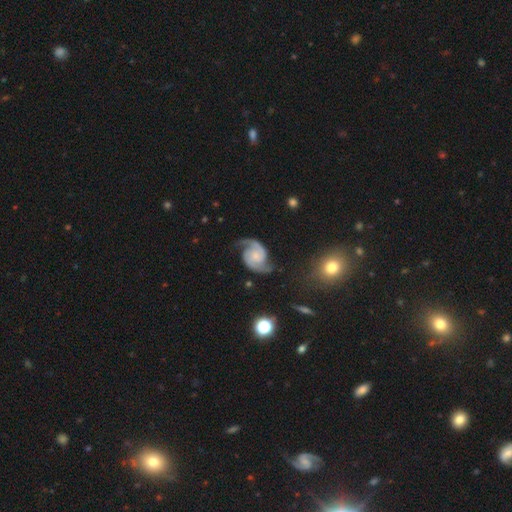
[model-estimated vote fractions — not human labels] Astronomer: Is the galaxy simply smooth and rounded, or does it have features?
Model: featured or disk — 90%.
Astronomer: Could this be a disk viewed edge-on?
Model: no — 98%.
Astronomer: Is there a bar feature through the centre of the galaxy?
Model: no — 67%.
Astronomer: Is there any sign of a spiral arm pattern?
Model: yes — 98%.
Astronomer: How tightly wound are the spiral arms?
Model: medium — 55%.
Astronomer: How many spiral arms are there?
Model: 2 — 94%.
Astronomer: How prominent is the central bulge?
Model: small — 55%.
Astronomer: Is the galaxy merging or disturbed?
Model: none — 73%.